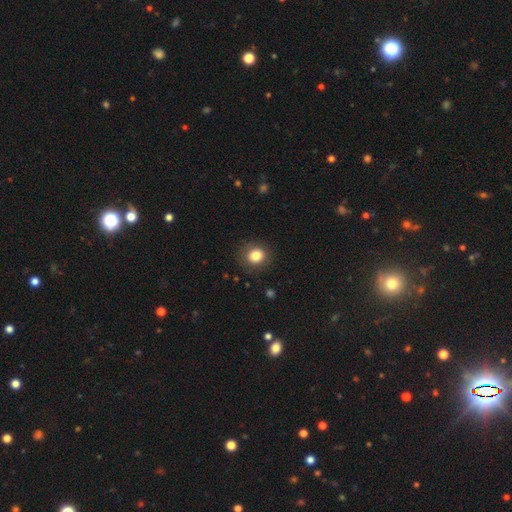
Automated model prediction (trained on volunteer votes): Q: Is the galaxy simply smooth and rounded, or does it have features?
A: smooth — 82%.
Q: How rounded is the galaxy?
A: round — 83%.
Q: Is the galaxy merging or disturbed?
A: none — 87%.